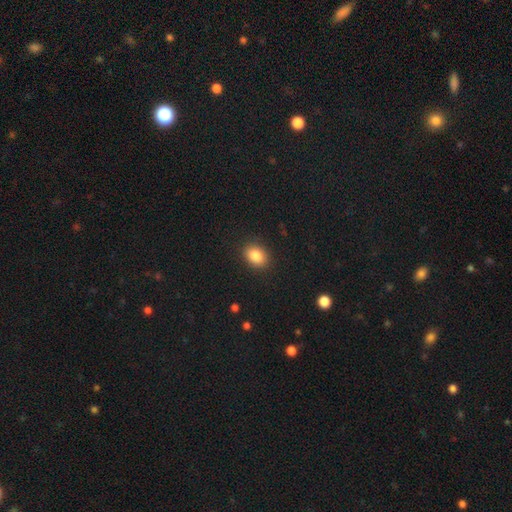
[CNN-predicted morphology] smooth-or-featured: smooth: 86% | star or artifact: 9% | featured or disk: 5%
  how-rounded: in between: 73% | round: 26% | cigar-shaped: 1%
  merging: none: 88% | minor disturbance: 8% | major disturbance: 2% | merger: 1%